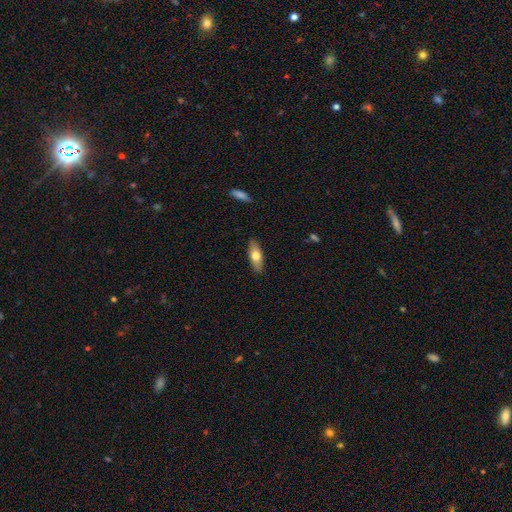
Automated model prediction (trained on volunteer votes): Smooth or featured? smooth (67%)
How rounded? in between (69%)
Merging? none (89%)